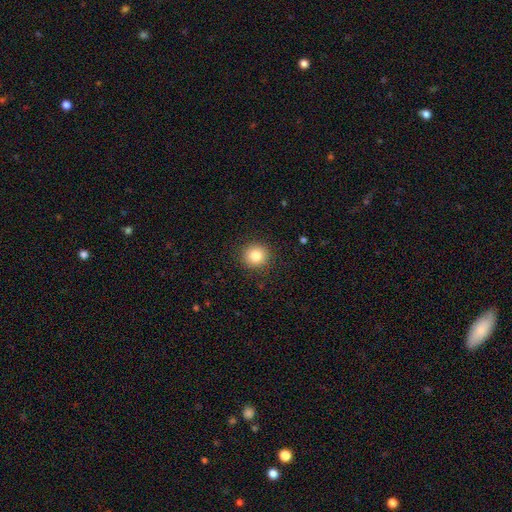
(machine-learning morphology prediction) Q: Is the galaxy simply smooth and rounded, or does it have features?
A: smooth — 83%.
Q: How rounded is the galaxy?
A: round — 91%.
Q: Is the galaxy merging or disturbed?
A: none — 90%.